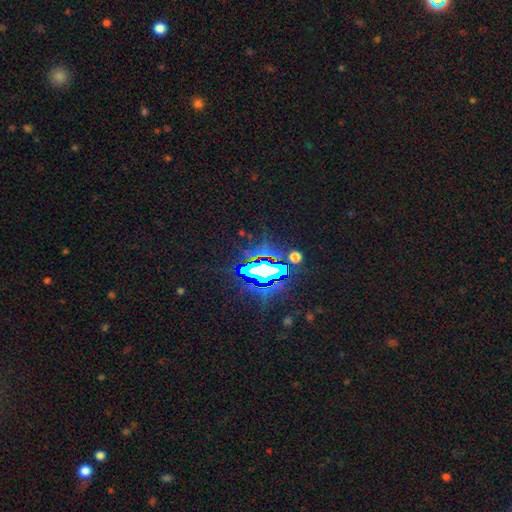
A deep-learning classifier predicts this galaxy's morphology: This is clearly a star or artifact rather than a galaxy (81%).